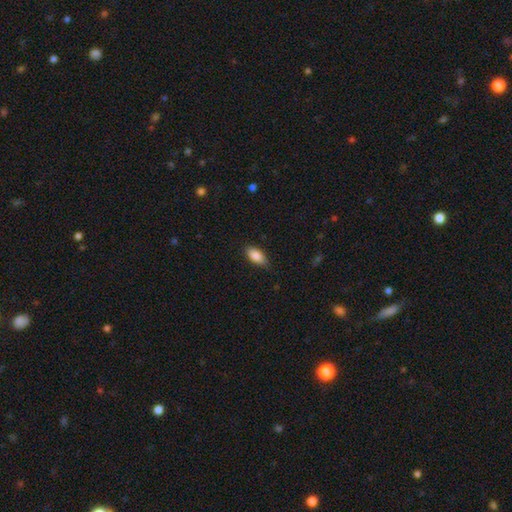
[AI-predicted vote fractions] Smooth or featured? Predicted: smooth (p=0.85). How rounded? Predicted: in between (p=0.90). Merging? Predicted: none (p=0.80).